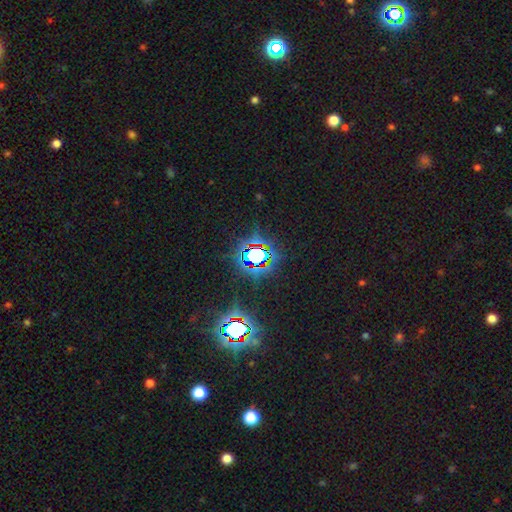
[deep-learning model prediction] A star or artifact, not a galaxy (75%).

Vote fractions:
- Smooth or featured? star or artifact: 75% / smooth: 14% / featured or disk: 11%